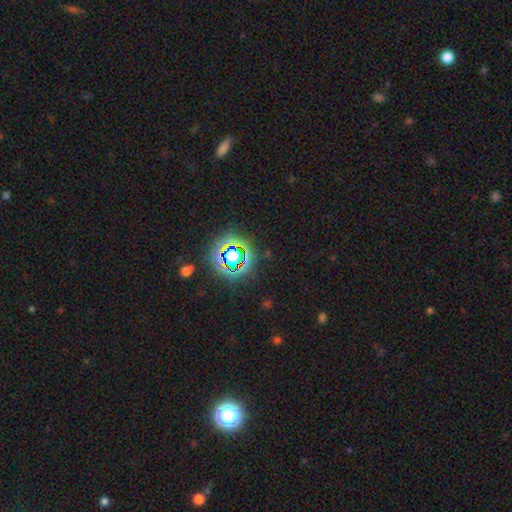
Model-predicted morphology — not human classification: This is likely a star or artifact rather than a galaxy (76%).